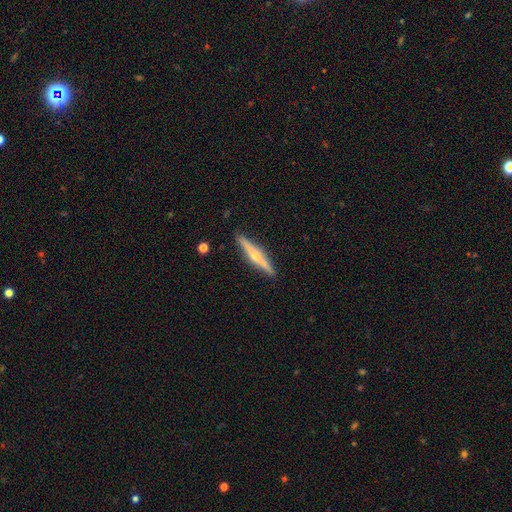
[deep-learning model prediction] featured or disk 71%, smooth 24%, star or artifact 6%. Down the decision tree: edge-on disk — yes (97%); edge-on bulge — rounded (89%); merging — none (90%).